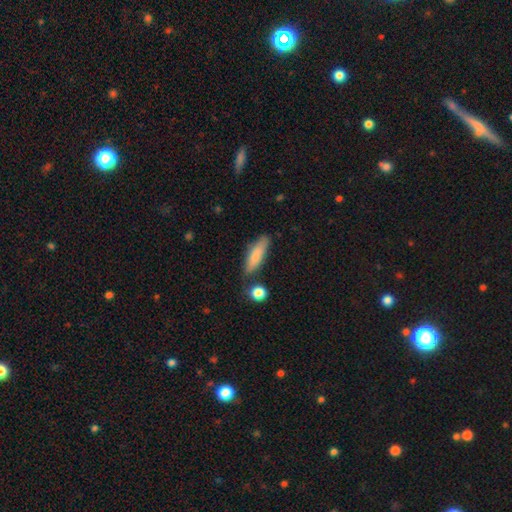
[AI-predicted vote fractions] Smooth or featured? smooth (79%)
How rounded? cigar-shaped (57%)
Merging? none (74%)